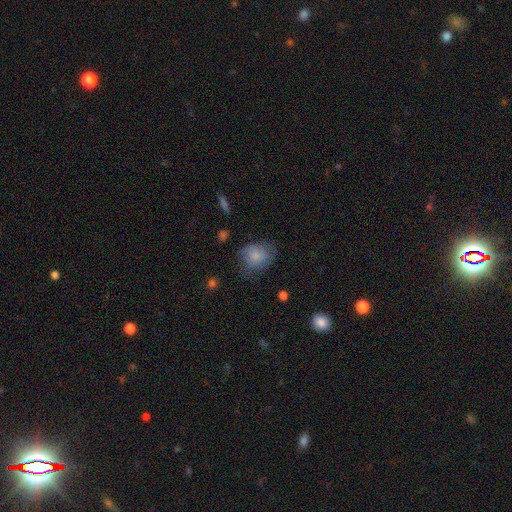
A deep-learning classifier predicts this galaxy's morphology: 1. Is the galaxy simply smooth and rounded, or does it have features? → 80% smooth, 12% featured or disk, 8% star or artifact.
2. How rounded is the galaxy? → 55% round, 44% in between, 1% cigar-shaped.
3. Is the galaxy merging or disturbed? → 56% none, 29% minor disturbance, 13% major disturbance, 2% merger.